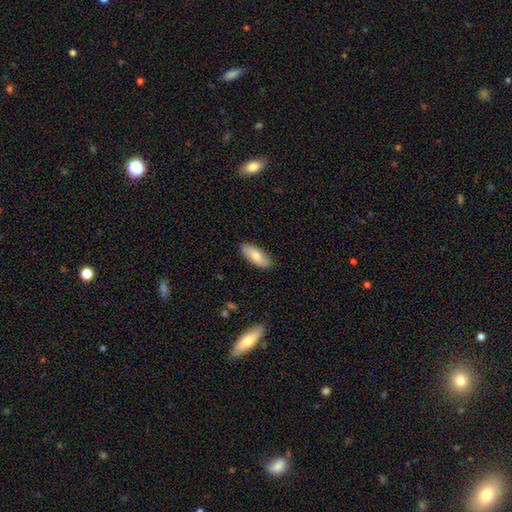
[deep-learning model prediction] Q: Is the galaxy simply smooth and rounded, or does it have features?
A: smooth — 73%.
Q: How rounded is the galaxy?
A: in between — 79%.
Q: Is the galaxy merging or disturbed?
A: none — 87%.